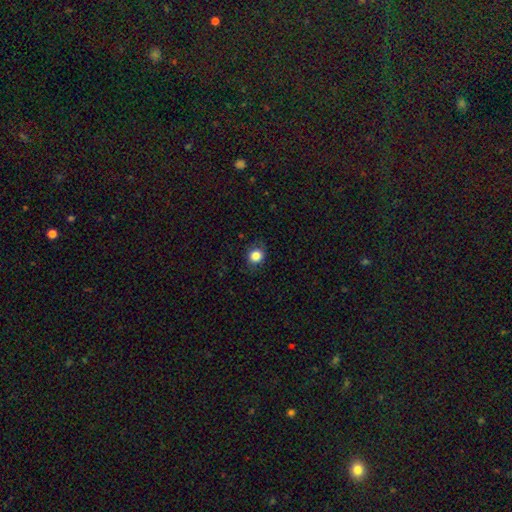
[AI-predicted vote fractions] Smooth or featured? Predicted: smooth (p=0.84). How rounded? Predicted: round (p=0.77). Merging? Predicted: none (p=0.82).